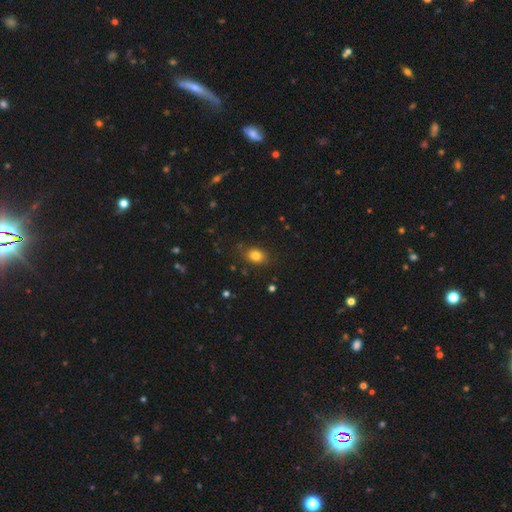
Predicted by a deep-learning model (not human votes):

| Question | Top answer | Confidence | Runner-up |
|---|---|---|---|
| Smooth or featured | smooth | 81% | star or artifact (11%) |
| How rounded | in between | 65% | round (33%) |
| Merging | none | 83% | minor disturbance (12%) |